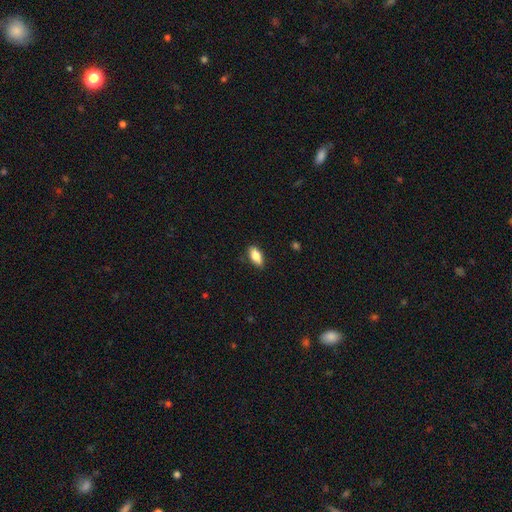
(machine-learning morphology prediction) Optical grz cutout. It shows a smooth galaxy with no disk features (83%) that is in between round and cigar-shaped (86%). Merging: none (84%).